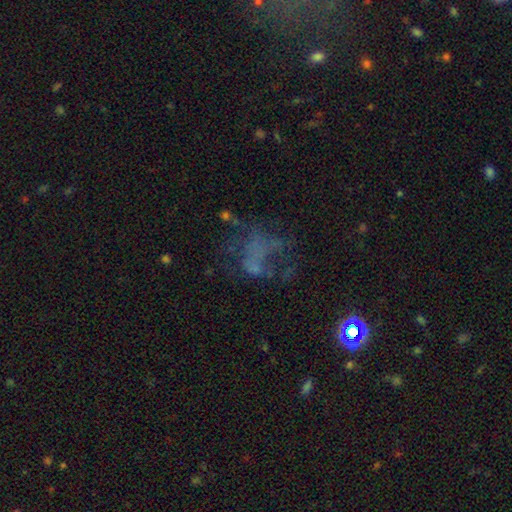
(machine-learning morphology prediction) Q: Smooth or featured?
A: featured or disk (43%); runner-up: star or artifact (31%)
Q: Merging?
A: none (40%); runner-up: major disturbance (38%)